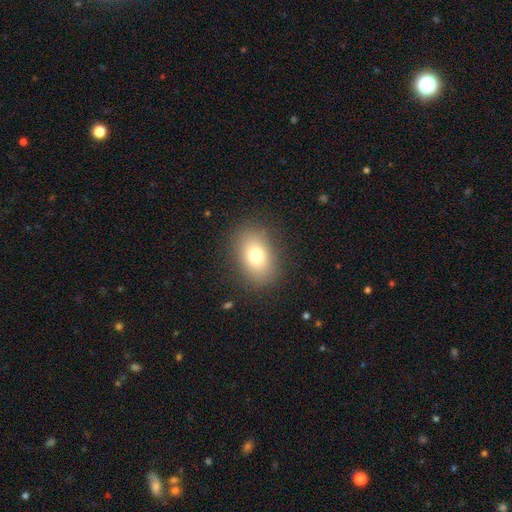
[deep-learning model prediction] This is likely a smooth galaxy (75%). How rounded: likely in between (78%). Merging: clearly none (85%).